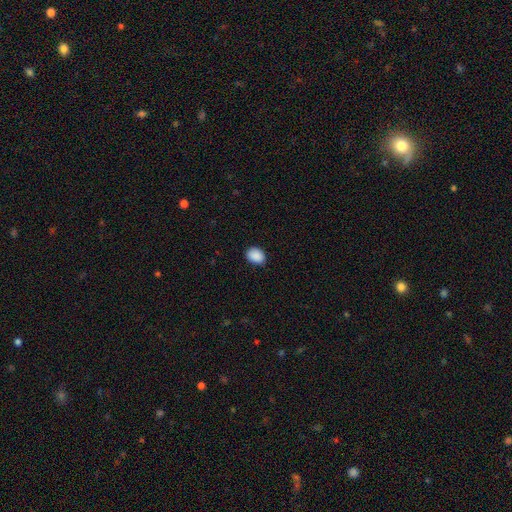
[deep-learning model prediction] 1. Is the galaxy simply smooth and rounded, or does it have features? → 90% smooth, 7% star or artifact, 2% featured or disk.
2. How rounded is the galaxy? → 73% in between, 26% round, 1% cigar-shaped.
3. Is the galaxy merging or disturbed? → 87% none, 10% minor disturbance, 2% major disturbance, 1% merger.